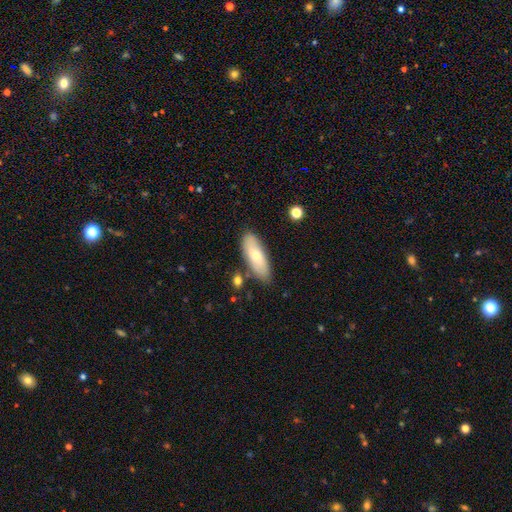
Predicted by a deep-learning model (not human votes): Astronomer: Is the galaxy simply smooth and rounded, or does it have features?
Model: smooth — 65%.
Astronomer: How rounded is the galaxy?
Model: in between — 70%.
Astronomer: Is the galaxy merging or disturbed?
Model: none — 79%.